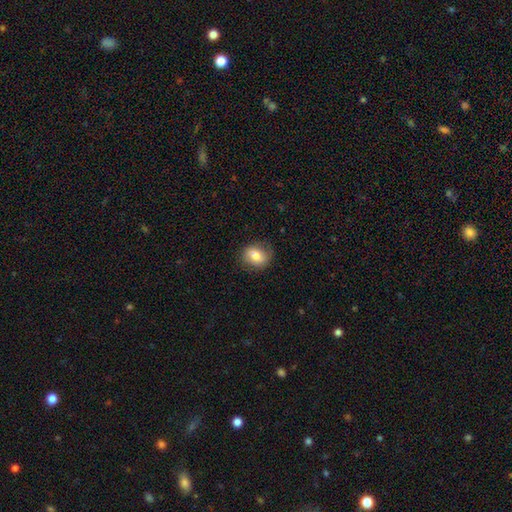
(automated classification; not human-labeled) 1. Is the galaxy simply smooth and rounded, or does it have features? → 75% smooth, 16% featured or disk, 9% star or artifact.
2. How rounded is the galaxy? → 57% round, 42% in between, 1% cigar-shaped.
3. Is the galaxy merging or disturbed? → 81% none, 15% minor disturbance, 4% major disturbance, 1% merger.